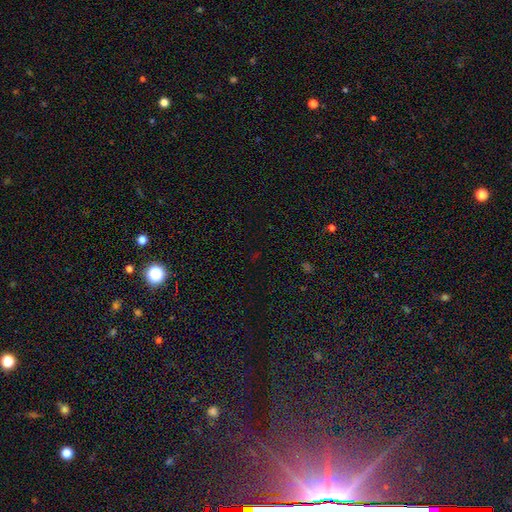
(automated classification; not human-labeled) Smooth or featured? star or artifact (68%)